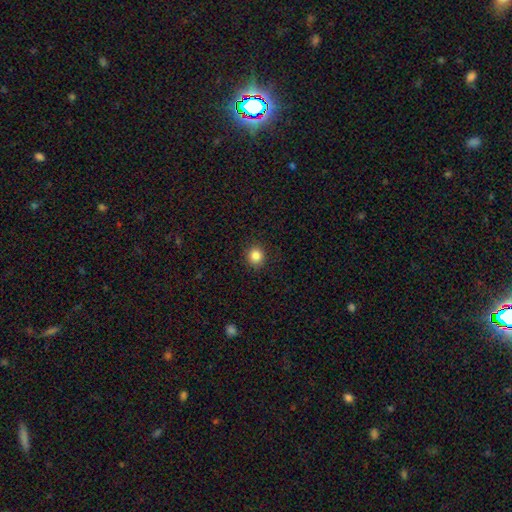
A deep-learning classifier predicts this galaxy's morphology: type=smooth (85%); roundness=round (84%); merging=none (91%).